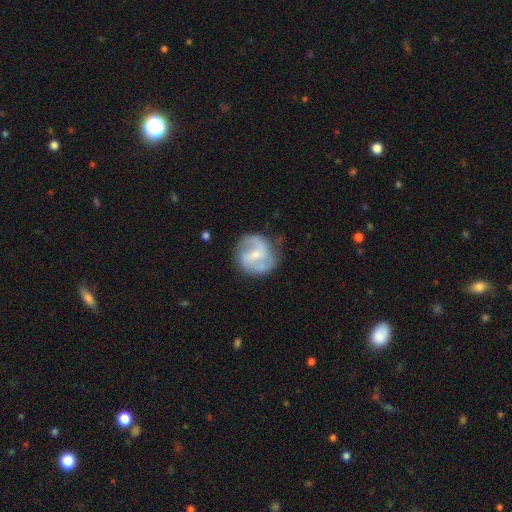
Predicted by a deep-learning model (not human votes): Overall: featured or disk (75%). Edge-on disk: no (98%). Bar: weak (50%; no 31%). Spiral arms: yes (89%). Spiral arm count: 2 (80%). Spiral winding: medium (50%; loose 29%). Bulge size: small (57%; moderate 35%). Merging: none (70%).